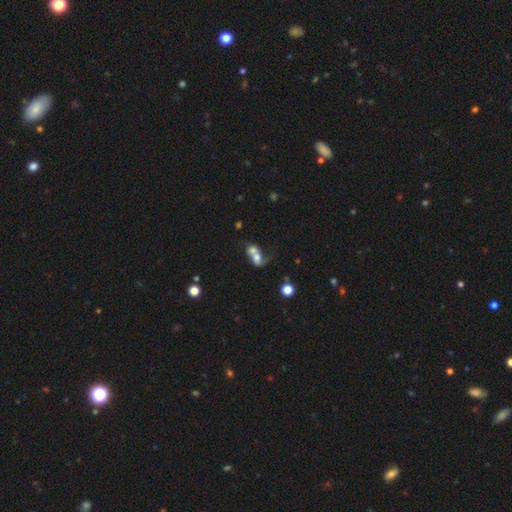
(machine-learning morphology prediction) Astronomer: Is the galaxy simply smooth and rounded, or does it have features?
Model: smooth — 57% (runner-up: featured or disk, 32%).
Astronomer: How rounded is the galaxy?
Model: in between — 50% (runner-up: round, 47%).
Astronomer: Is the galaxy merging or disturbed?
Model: merger — 78%.